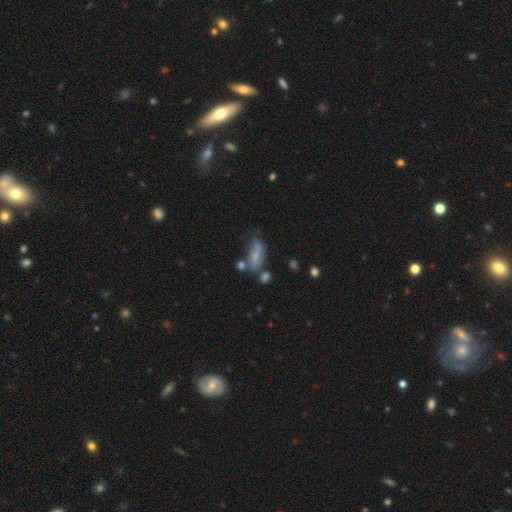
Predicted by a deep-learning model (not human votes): smooth-or-featured: smooth: 64% | featured or disk: 25% | star or artifact: 11%
  how-rounded: in between: 79% | cigar-shaped: 16% | round: 5%
  merging: none: 35% | minor disturbance: 28% | merger: 19% | major disturbance: 19%